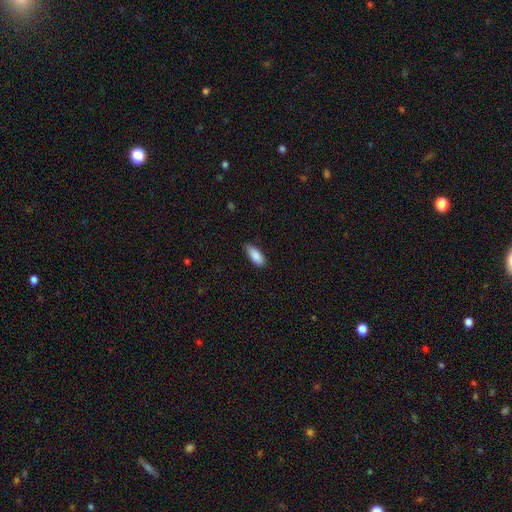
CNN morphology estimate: smooth_or_featured: smooth (p=0.88) [alt: star or artifact p=0.06]
how_rounded: in between (p=0.80) [alt: cigar-shaped p=0.18]
merging: none (p=0.74) [alt: minor disturbance p=0.22]